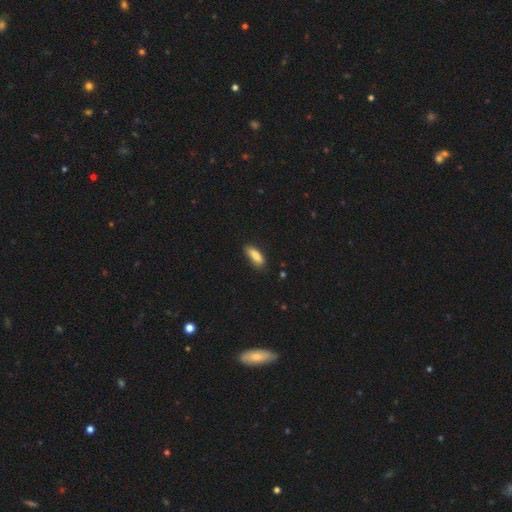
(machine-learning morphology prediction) Smooth or featured? Predicted: smooth (p=0.86). How rounded? Predicted: in between (p=0.66). Merging? Predicted: none (p=0.77).